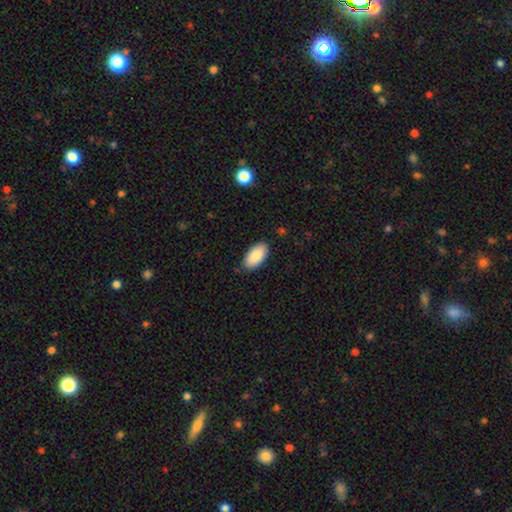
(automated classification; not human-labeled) A smooth galaxy with no disk features (90%) that is in between round and cigar-shaped (96%). Merging: none (86%).